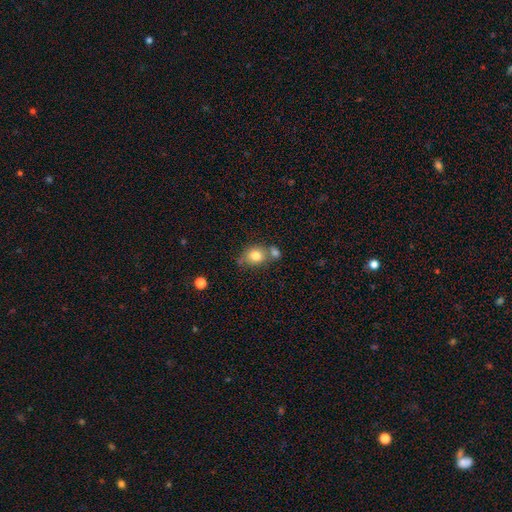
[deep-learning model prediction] Q: Smooth or featured?
A: smooth (79%); runner-up: featured or disk (11%)
Q: How rounded?
A: round (56%); runner-up: in between (43%)
Q: Merging?
A: none (52%); runner-up: merger (29%)